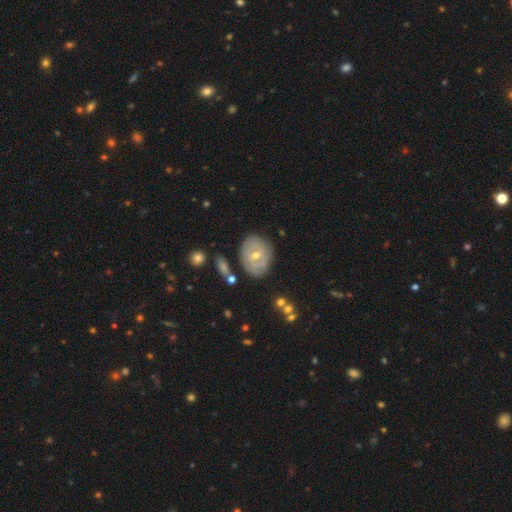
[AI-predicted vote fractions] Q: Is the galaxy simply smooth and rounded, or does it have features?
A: featured or disk — 68%.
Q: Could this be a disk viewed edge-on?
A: no — 96%.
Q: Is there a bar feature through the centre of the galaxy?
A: weak — 48%.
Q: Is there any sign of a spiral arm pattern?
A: yes — 79%.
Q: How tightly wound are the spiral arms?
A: tight — 70%.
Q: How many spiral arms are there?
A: can't tell — 45%.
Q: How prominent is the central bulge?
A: moderate — 52%.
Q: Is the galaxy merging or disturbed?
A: none — 74%.